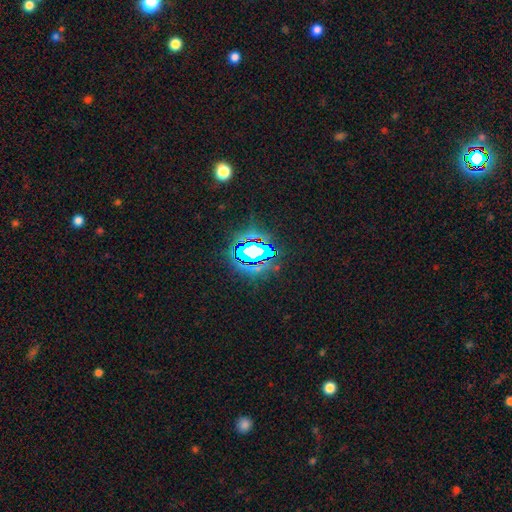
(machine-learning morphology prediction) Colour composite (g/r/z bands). It shows a star or artifact, not a galaxy (64%).